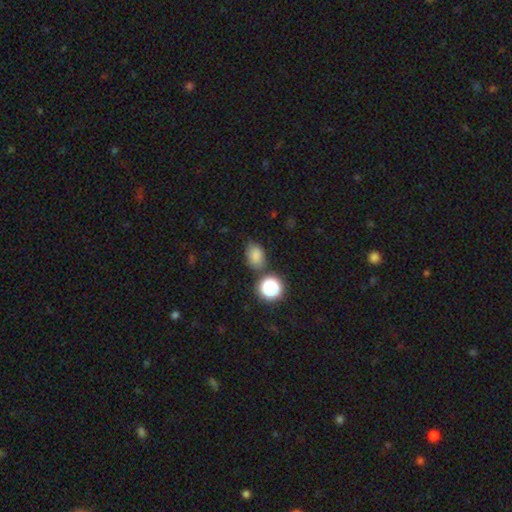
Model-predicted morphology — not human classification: smooth 79%, star or artifact 15%, featured or disk 7%. Down the decision tree: how rounded — in between (71%); merging — none (70%).